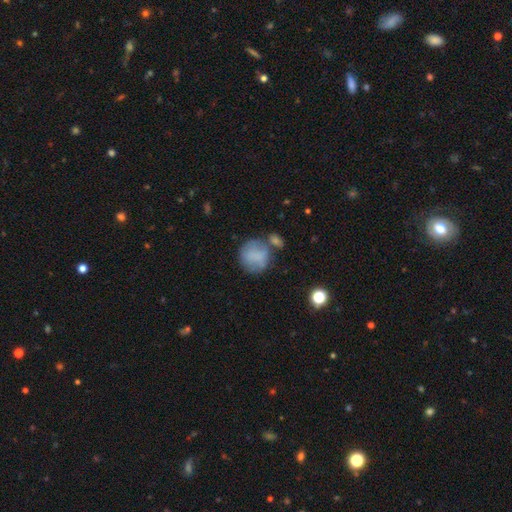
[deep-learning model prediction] smooth_or_featured: smooth (p=0.74) [alt: featured or disk p=0.18]
how_rounded: round (p=0.83) [alt: in between p=0.16]
merging: none (p=0.50) [alt: minor disturbance p=0.20]